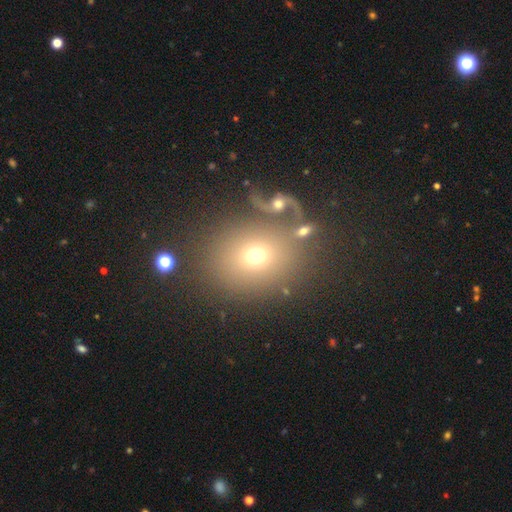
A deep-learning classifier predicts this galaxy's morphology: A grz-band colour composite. It shows a smooth galaxy with no disk features (66%) that is round (61%). Merging: none (71%).